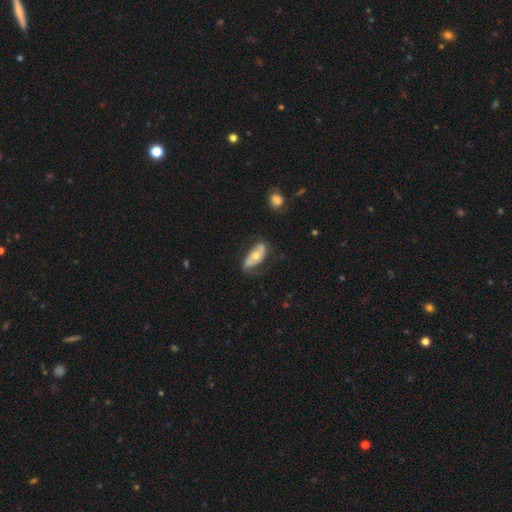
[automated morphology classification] smooth-or-featured: featured or disk: 50% | smooth: 44% | star or artifact: 6%
  merging: none: 58% | minor disturbance: 27% | major disturbance: 11% | merger: 3%